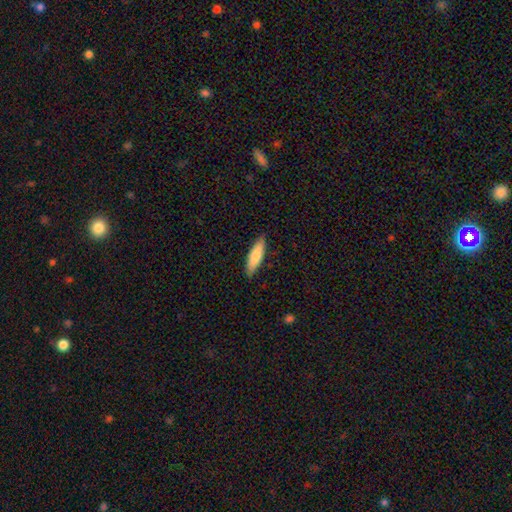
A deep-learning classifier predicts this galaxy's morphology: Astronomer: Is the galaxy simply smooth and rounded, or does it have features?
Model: smooth — 81%.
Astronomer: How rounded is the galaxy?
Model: cigar-shaped — 62% (runner-up: in between, 37%).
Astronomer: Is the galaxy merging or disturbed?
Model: none — 88%.